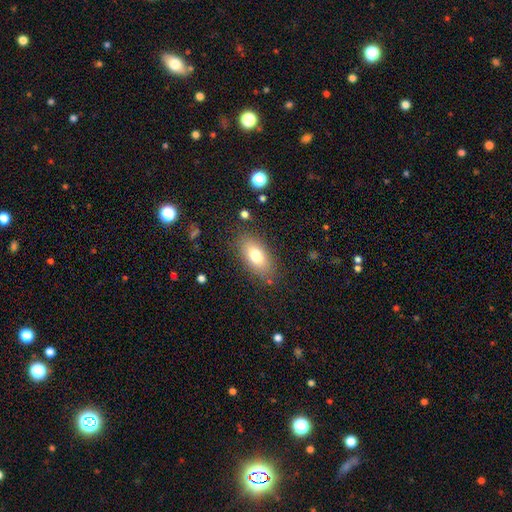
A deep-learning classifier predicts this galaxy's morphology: type=smooth (76%); roundness=in between (88%); merging=none (83%).